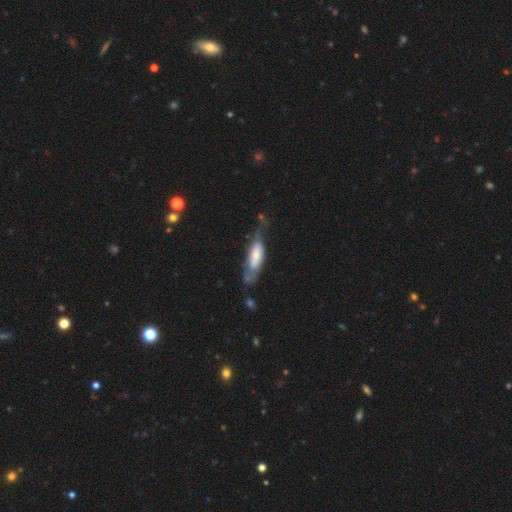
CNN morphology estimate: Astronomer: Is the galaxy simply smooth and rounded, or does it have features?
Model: smooth — 49% (runner-up: featured or disk, 45%).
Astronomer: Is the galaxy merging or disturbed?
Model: none — 36% (runner-up: minor disturbance, 30%).